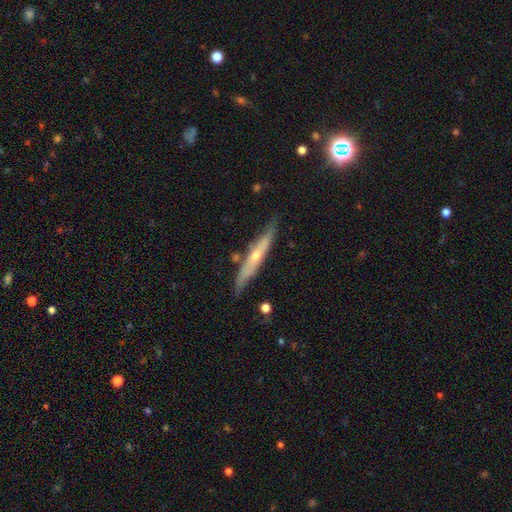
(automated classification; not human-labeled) A featured or disk galaxy (64%) viewed edge-on (87%) with a rounded central bulge (73%). Merging: none (76%).